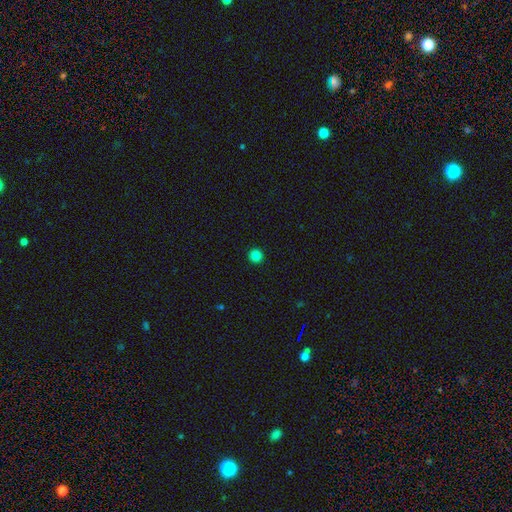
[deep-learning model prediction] Smooth or featured: smooth — 85% (star or artifact — 13%)
How rounded: round — 96% (in between — 3%)
Merging: none — 94% (minor disturbance — 4%)